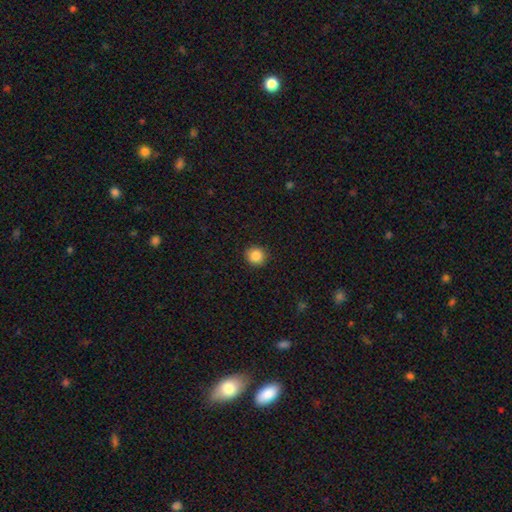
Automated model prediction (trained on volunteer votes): Q: Smooth or featured?
A: smooth (86%); runner-up: star or artifact (10%)
Q: How rounded?
A: round (92%); runner-up: in between (7%)
Q: Merging?
A: none (92%); runner-up: minor disturbance (6%)